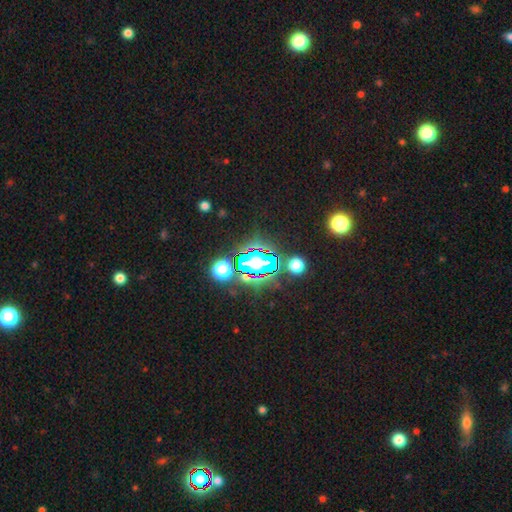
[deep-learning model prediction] Overall: star or artifact (80%).